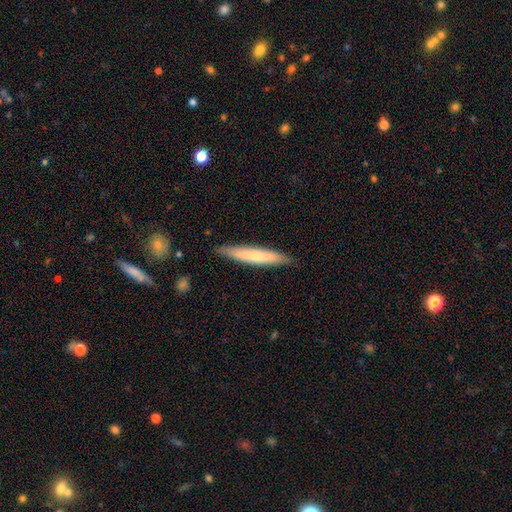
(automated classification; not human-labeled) smooth 62%, featured or disk 33%, star or artifact 5%. Down the decision tree: how rounded — cigar-shaped (93%); merging — none (88%).